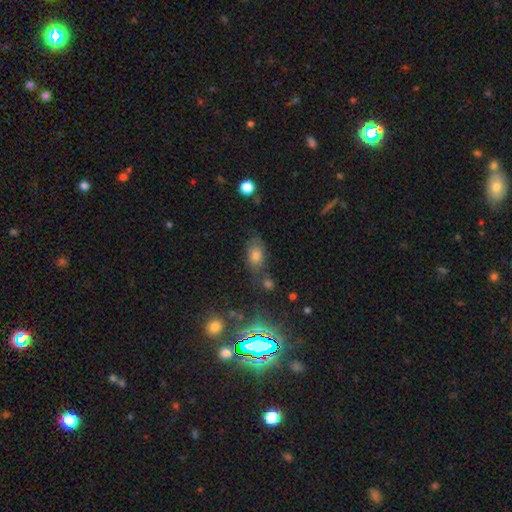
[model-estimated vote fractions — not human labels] Morphology: type=smooth (70%); roundness=in between (83%); merging=none (64%).